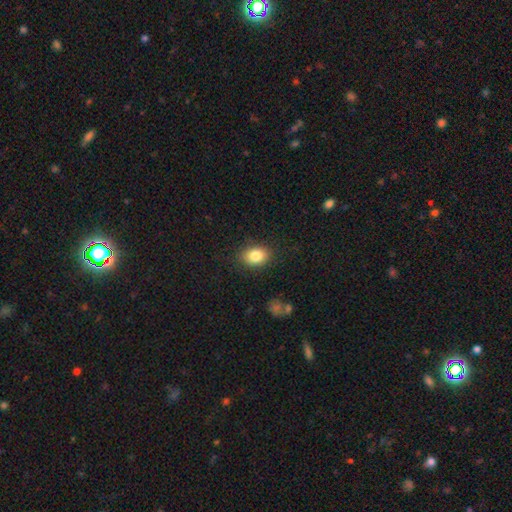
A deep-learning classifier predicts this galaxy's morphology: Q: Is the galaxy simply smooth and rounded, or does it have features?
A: smooth — 84%.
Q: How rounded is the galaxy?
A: in between — 73%.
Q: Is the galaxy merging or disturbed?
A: none — 85%.